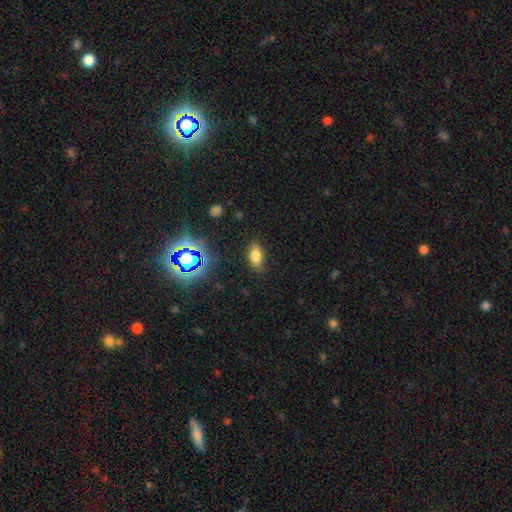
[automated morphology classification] This is likely a smooth galaxy (76%). How rounded: clearly in between (89%). Merging: clearly none (82%).